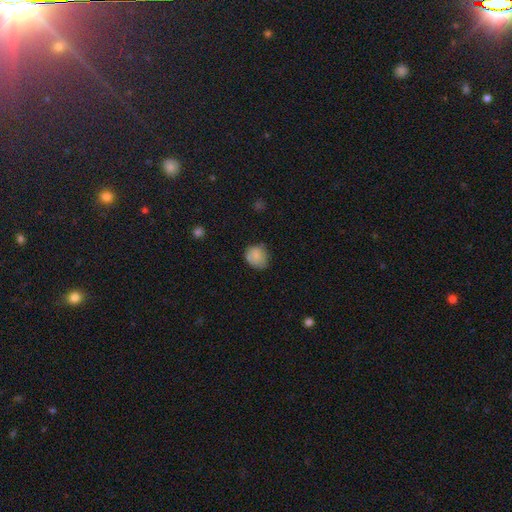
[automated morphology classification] A smooth galaxy with no disk features (83%) that is round (65%).

Vote fractions:
- Smooth or featured? smooth: 83% / star or artifact: 9% / featured or disk: 9%
- How rounded? round: 65% / in between: 35% / cigar-shaped: 1%
- Merging? none: 62% / minor disturbance: 30% / major disturbance: 6% / merger: 2%